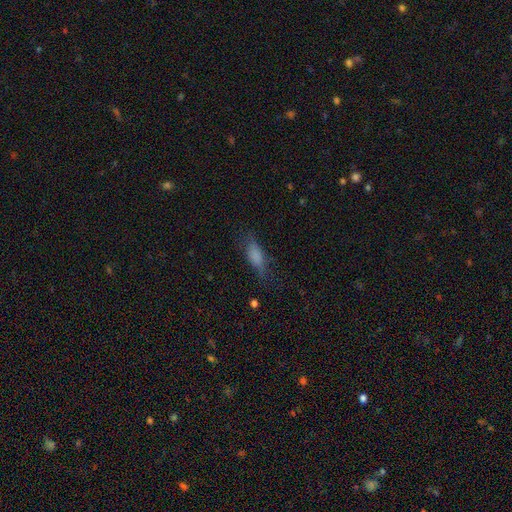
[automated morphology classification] type=smooth (75%); roundness=in between (66%); merging=none (61%).